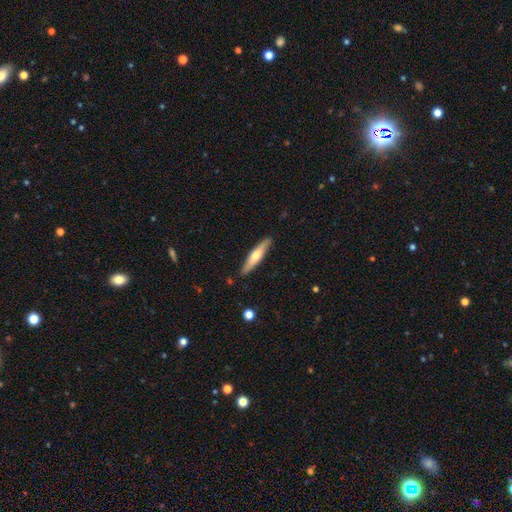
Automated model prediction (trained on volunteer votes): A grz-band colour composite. It shows a smooth galaxy with no disk features (48%). Merging: none (88%).